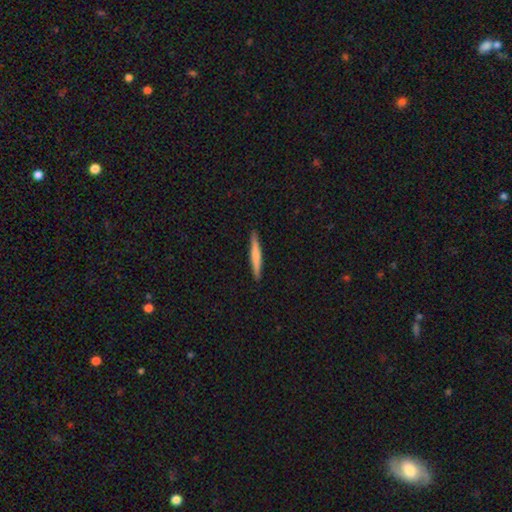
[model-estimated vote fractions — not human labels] The model was most divided on "smooth or featured": smooth: 63%, featured or disk: 32%, star or artifact: 5%. More confident: how rounded — cigar-shaped (96%); merging — none (92%).